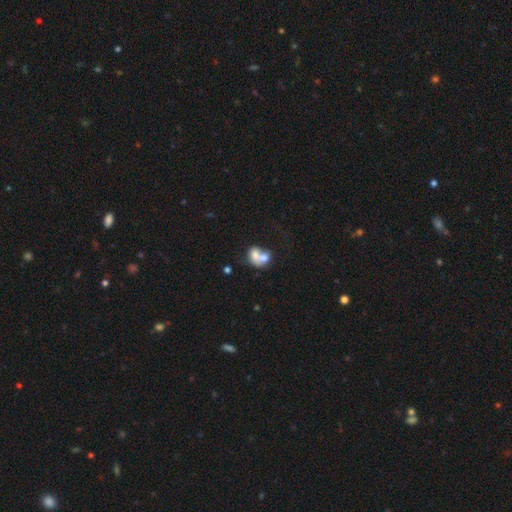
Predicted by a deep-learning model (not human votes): Morphology: type=smooth (61%); roundness=in between (62%); merging=merger (71%).